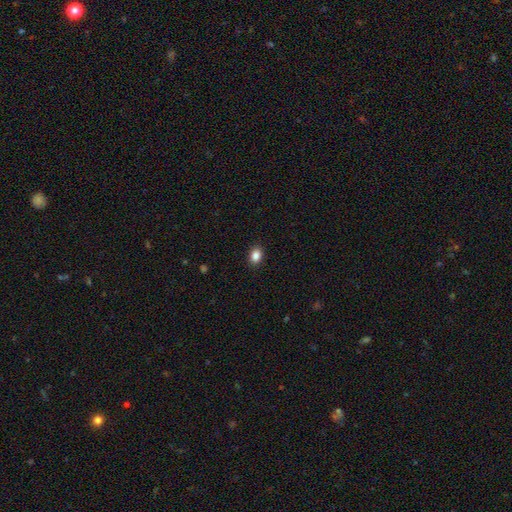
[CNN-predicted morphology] A smooth galaxy with no disk features (87%) that is in between round and cigar-shaped (70%). Merging: none (90%).